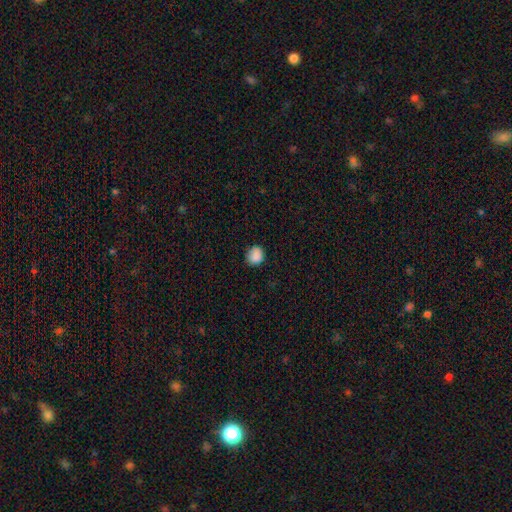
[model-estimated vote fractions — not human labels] Q: Smooth or featured?
A: smooth (87%); runner-up: star or artifact (9%)
Q: How rounded?
A: round (73%); runner-up: in between (26%)
Q: Merging?
A: none (79%); runner-up: minor disturbance (16%)